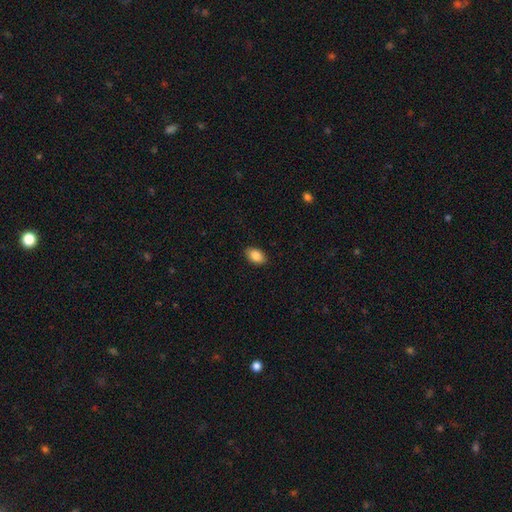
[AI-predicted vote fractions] smooth_or_featured: smooth (p=0.87) [alt: star or artifact p=0.07]
how_rounded: in between (p=0.90) [alt: round p=0.09]
merging: none (p=0.89) [alt: minor disturbance p=0.08]